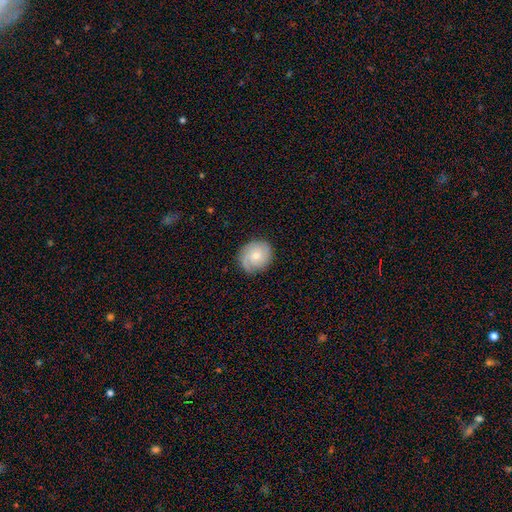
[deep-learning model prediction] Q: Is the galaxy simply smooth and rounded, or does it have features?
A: featured or disk — 49%.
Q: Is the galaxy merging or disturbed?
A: none — 78%.